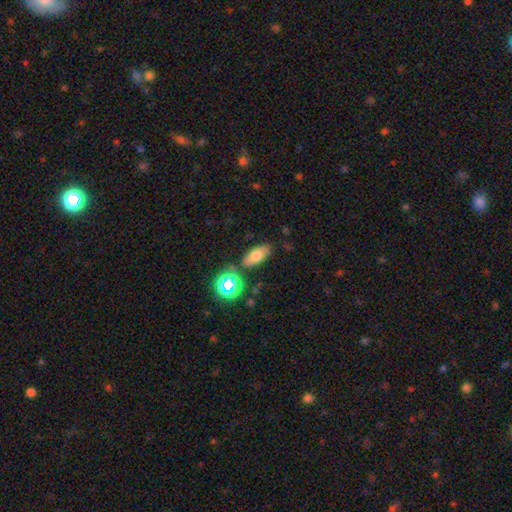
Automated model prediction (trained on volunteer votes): This is likely a smooth galaxy (69%). How rounded: likely in between (78%). Merging: likely none (79%).